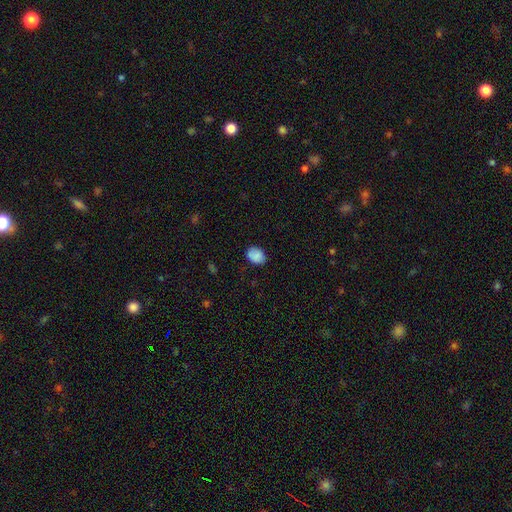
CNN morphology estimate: A smooth galaxy with no disk features (88%) that is in between round and cigar-shaped (64%). Merging: none (80%).